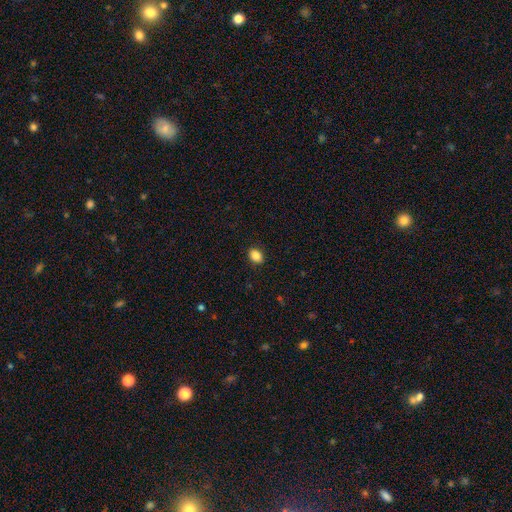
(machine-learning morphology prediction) smooth-or-featured: smooth: 86% | star or artifact: 9% | featured or disk: 5%
  how-rounded: in between: 62% | round: 37% | cigar-shaped: 1%
  merging: none: 89% | minor disturbance: 8% | major disturbance: 2% | merger: 1%